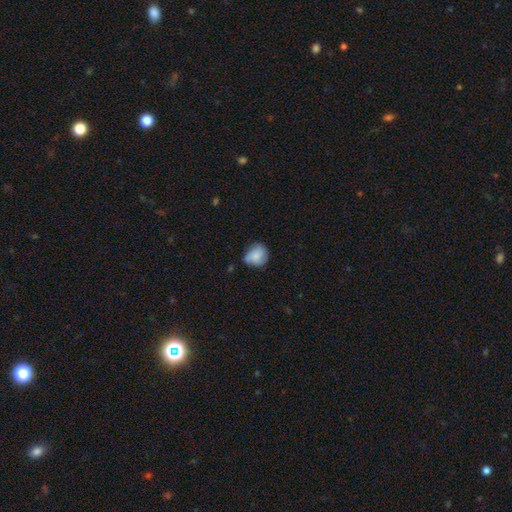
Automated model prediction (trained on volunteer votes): smooth_or_featured: smooth (p=0.77) [alt: featured or disk p=0.15]
how_rounded: round (p=0.68) [alt: in between p=0.31]
merging: none (p=0.51) [alt: minor disturbance p=0.37]